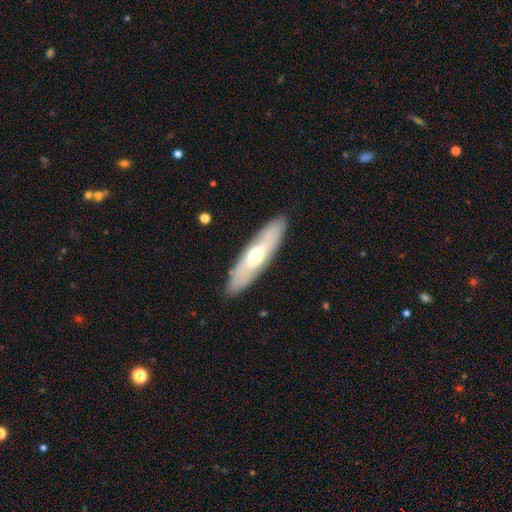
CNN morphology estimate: A smooth galaxy with no disk features (50%). Merging: none (88%).